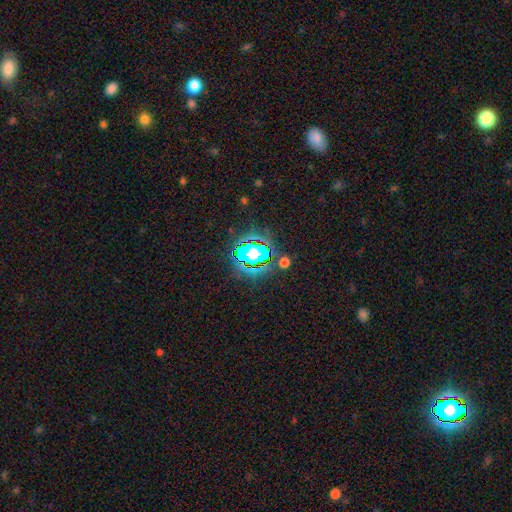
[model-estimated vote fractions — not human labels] smooth-or-featured: star or artifact: 59% | smooth: 27% | featured or disk: 14%